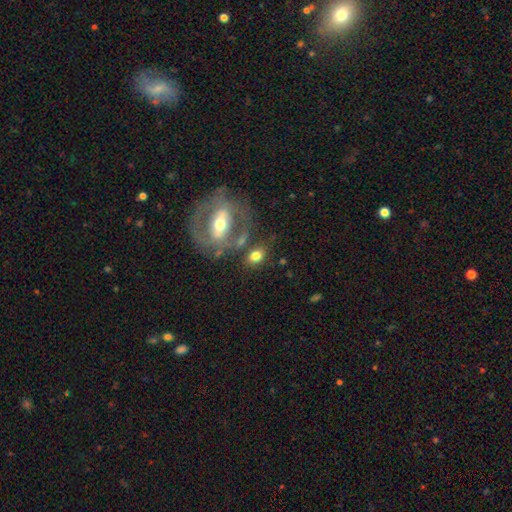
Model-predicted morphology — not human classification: A smooth galaxy with no disk features (62%) that is in between round and cigar-shaped (65%).

Vote fractions:
- Smooth or featured? smooth: 62% / featured or disk: 29% / star or artifact: 9%
- How rounded? in between: 65% / round: 32% / cigar-shaped: 3%
- Merging? none: 62% / merger: 17% / minor disturbance: 13% / major disturbance: 7%